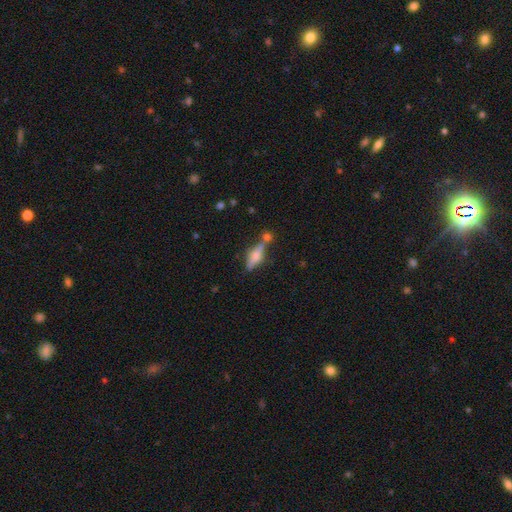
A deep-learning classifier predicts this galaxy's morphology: This is possibly a featured or disk galaxy (56%). It is clearly viewed edge-on (92%). Edge-on bulge: clearly rounded (83%). Merging: likely none (63%).